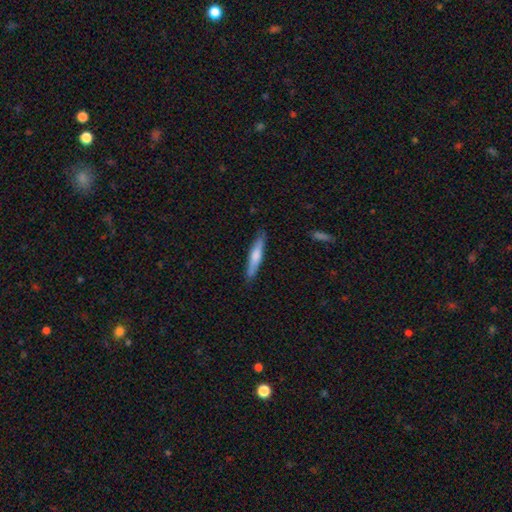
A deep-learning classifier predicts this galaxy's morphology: The model was most divided on "smooth or featured": smooth: 64%, featured or disk: 31%, star or artifact: 5%. More confident: how rounded — cigar-shaped (88%); merging — none (84%).